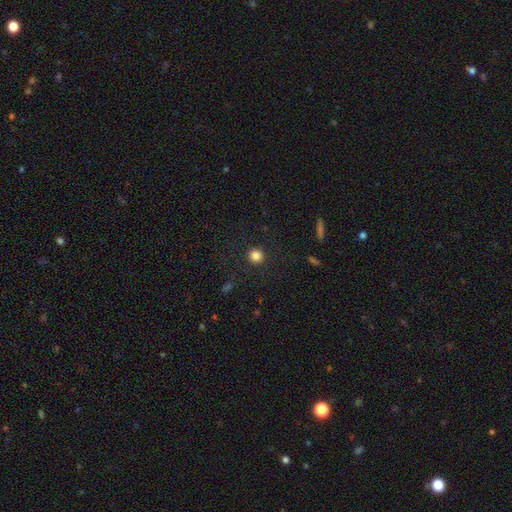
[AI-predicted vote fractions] Q: Smooth or featured?
A: smooth (84%); runner-up: star or artifact (11%)
Q: How rounded?
A: round (94%); runner-up: in between (5%)
Q: Merging?
A: none (91%); runner-up: minor disturbance (6%)